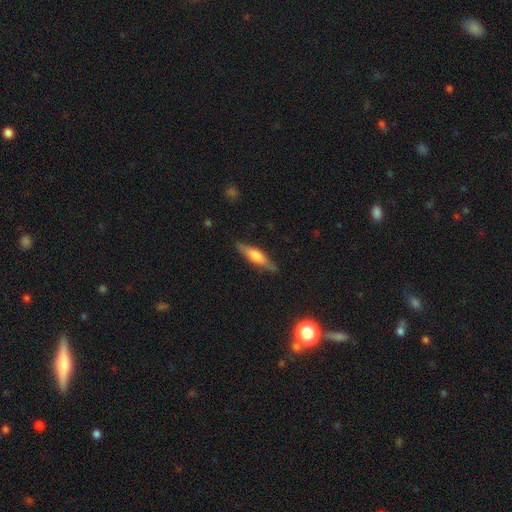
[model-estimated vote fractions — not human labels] smooth-or-featured: featured or disk: 48% | smooth: 45% | star or artifact: 6%
  merging: none: 83% | minor disturbance: 13% | major disturbance: 3% | merger: 1%